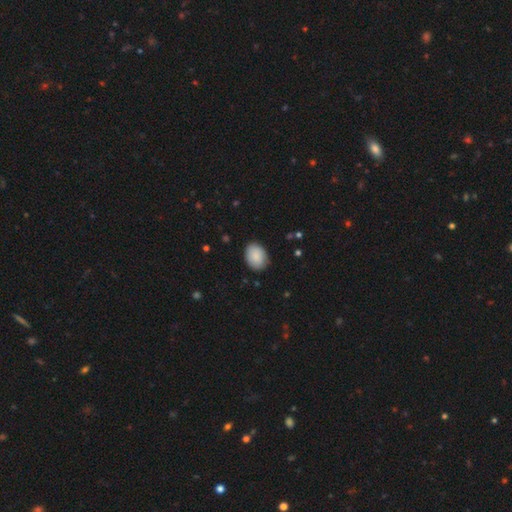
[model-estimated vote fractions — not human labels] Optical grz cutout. It shows a smooth galaxy with no disk features (88%) that is in between round and cigar-shaped (74%). Merging: none (85%).